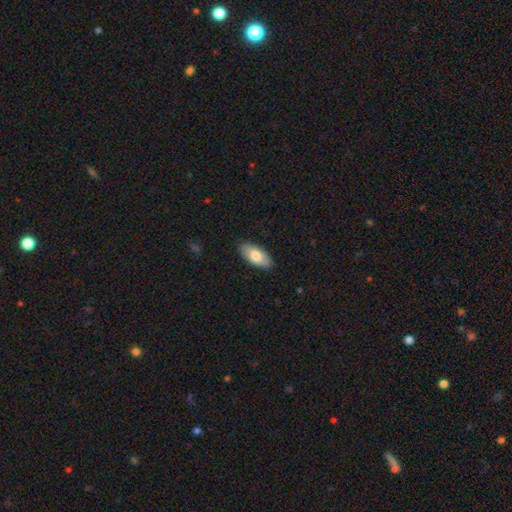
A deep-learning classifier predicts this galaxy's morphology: type=smooth (75%); roundness=in between (91%); merging=none (87%).